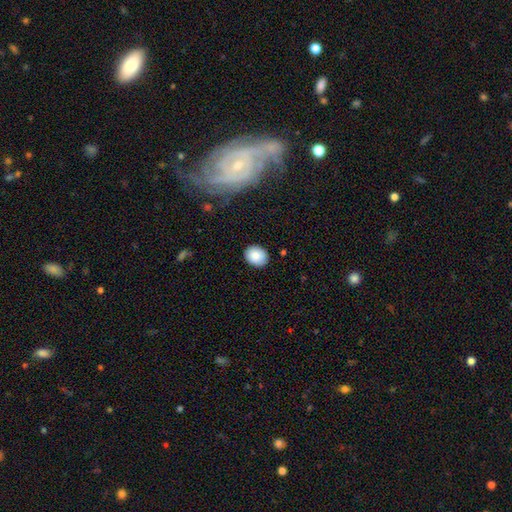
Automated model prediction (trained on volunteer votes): Smooth or featured: smooth — 86% (star or artifact — 8%)
How rounded: in between — 50% (round — 49%)
Merging: none — 88% (minor disturbance — 9%)